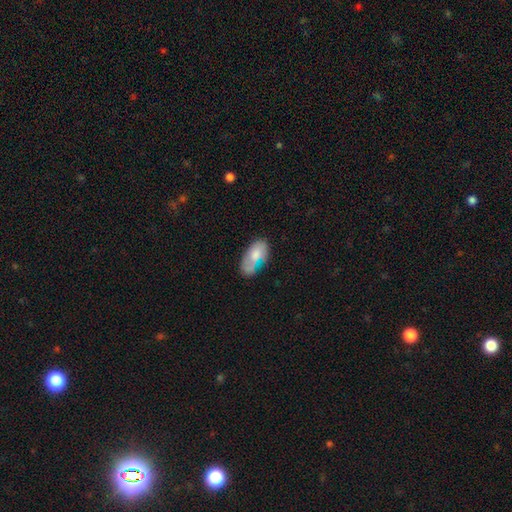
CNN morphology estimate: smooth 71%, featured or disk 22%, star or artifact 7%. Down the decision tree: how rounded — in between (93%); merging — none (55%).